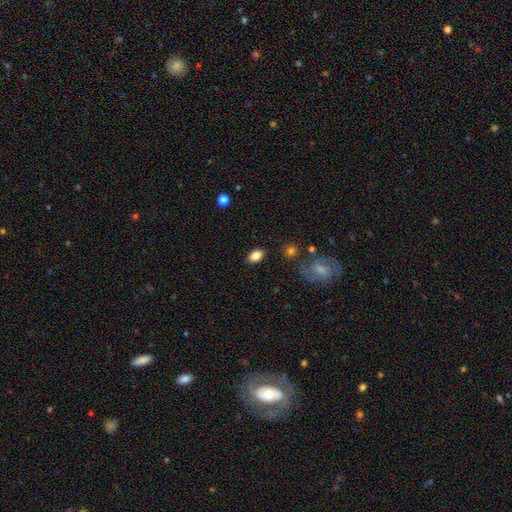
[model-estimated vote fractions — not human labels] Smooth or featured? Predicted: smooth (p=0.85). How rounded? Predicted: in between (p=0.87). Merging? Predicted: none (p=0.84).